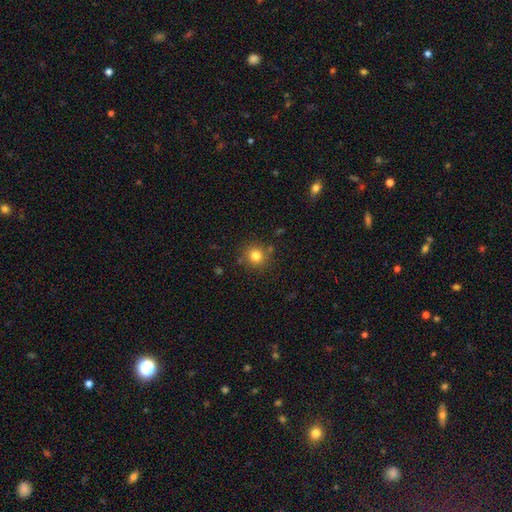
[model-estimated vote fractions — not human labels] smooth-or-featured: smooth: 81% | star or artifact: 13% | featured or disk: 7%
  how-rounded: round: 92% | in between: 7% | cigar-shaped: 1%
  merging: none: 84% | minor disturbance: 9% | merger: 5% | major disturbance: 3%